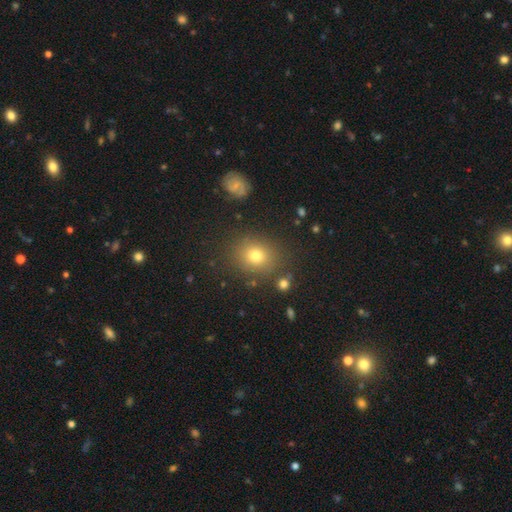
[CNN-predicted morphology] Overall: smooth (75%). How rounded: round (70%). Merging: none (83%).